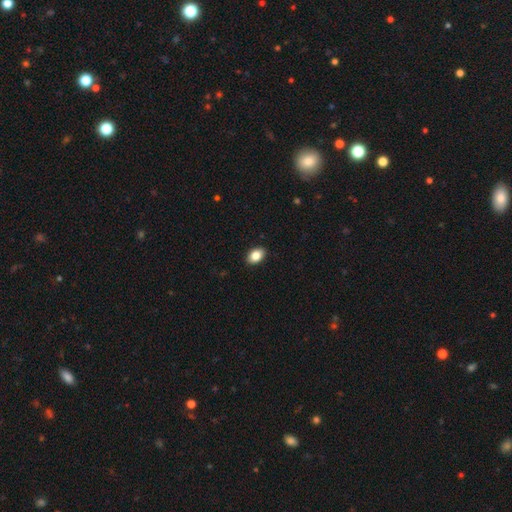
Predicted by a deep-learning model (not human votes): smooth 85%, star or artifact 8%, featured or disk 7%. Down the decision tree: how rounded — in between (84%); merging — none (90%).